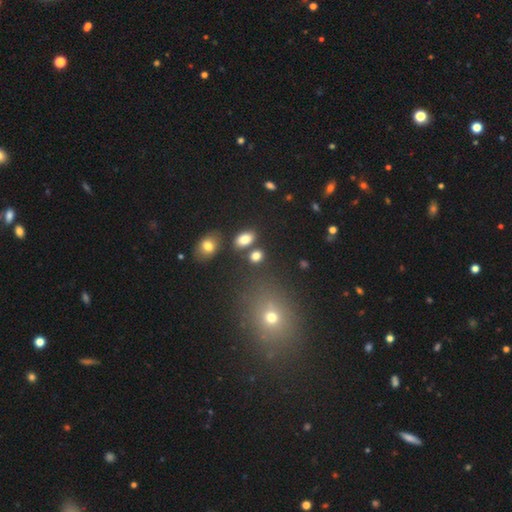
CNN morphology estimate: type=smooth (80%); roundness=in between (80%); merging=none (74%).